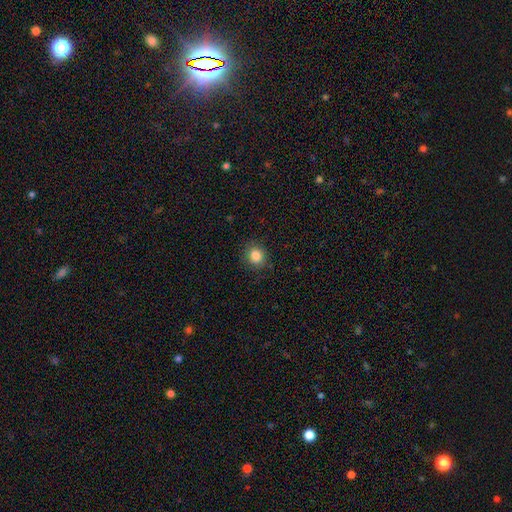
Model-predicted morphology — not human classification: type=smooth (85%); roundness=round (77%); merging=none (85%).